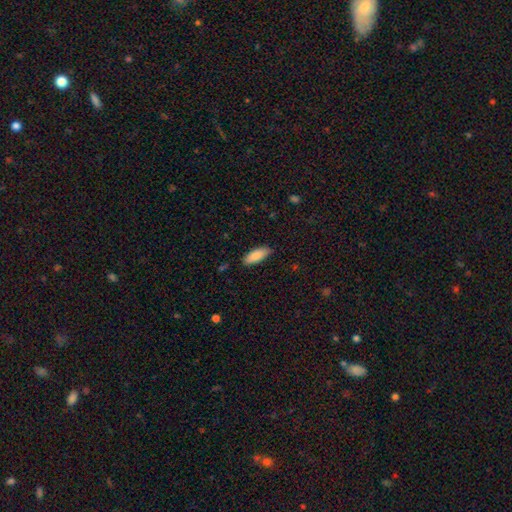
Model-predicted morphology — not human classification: A smooth galaxy with no disk features (86%) that is in between round and cigar-shaped (74%).

Vote fractions:
- Smooth or featured? smooth: 86% / featured or disk: 8% / star or artifact: 6%
- How rounded? in between: 74% / cigar-shaped: 24% / round: 2%
- Merging? none: 86% / minor disturbance: 11% / major disturbance: 2% / merger: 1%